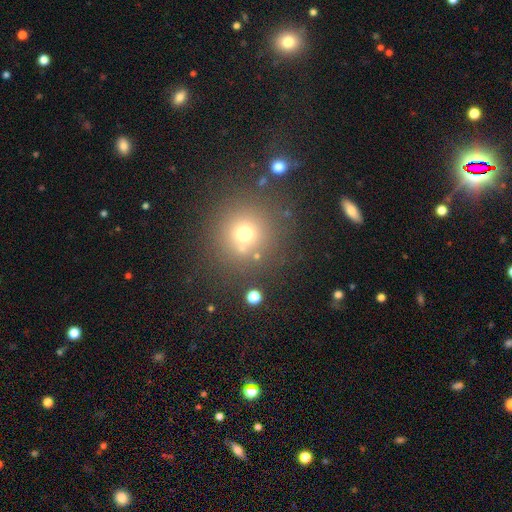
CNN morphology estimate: smooth-or-featured: smooth: 65% | star or artifact: 23% | featured or disk: 12%
  how-rounded: round: 92% | in between: 7% | cigar-shaped: 1%
  merging: none: 76% | merger: 10% | minor disturbance: 9% | major disturbance: 5%